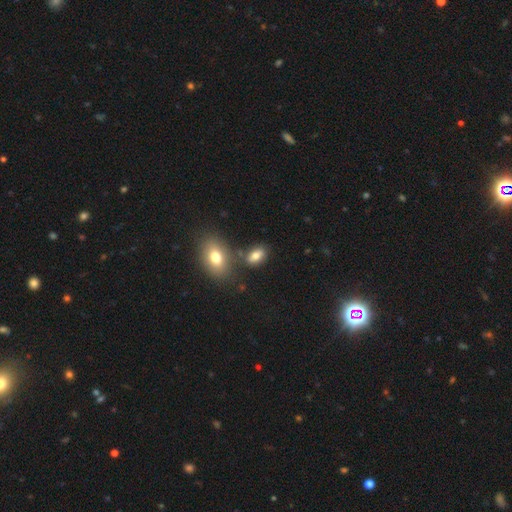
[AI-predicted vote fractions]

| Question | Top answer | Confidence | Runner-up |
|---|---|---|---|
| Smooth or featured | smooth | 76% | featured or disk (13%) |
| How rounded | in between | 87% | round (10%) |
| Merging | none | 67% | minor disturbance (15%) |